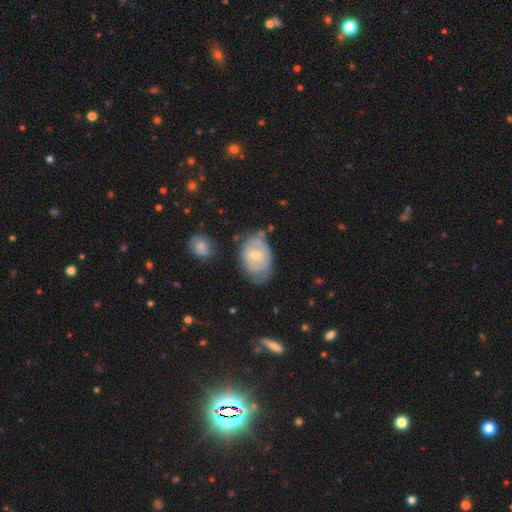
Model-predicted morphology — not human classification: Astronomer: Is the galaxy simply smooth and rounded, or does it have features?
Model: smooth — 53% (runner-up: featured or disk, 40%).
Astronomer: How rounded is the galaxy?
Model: in between — 81%.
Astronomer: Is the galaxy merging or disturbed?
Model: none — 48% (runner-up: minor disturbance, 33%).